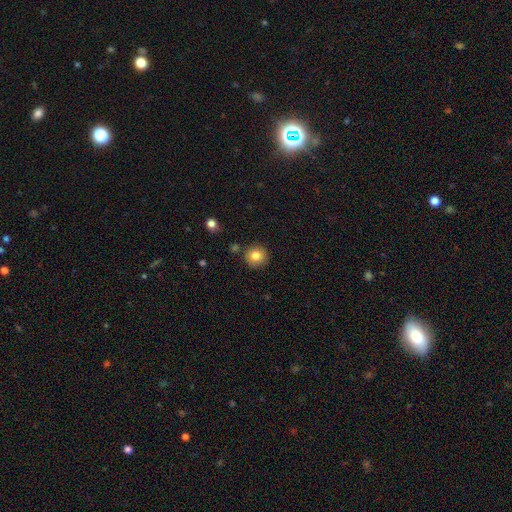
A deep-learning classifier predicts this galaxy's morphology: This appears to be a smooth galaxy with no disk features (83%) that is round (92%). Merging: none (86%).